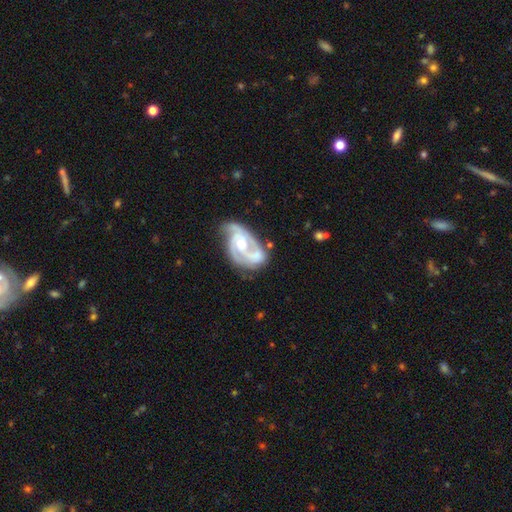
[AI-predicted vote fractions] smooth-or-featured: featured or disk: 87% | smooth: 8% | star or artifact: 4%
  disk-edge-on: no: 98% | yes: 2%
    bar: no: 54% | weak: 35% | strong: 10%
    has-spiral-arms: yes: 97% | no: 3%
      spiral-winding: medium: 48% | tight: 41% | loose: 11%
      spiral-arm-count: 3: 42% | 2: 38% | can't tell: 9% | 4: 4% | 1: 4% | more than 4: 3%
    bulge-size: moderate: 64% | small: 27% | large: 6% | none: 2% | dominant: 1%
  merging: none: 51% | minor disturbance: 27% | major disturbance: 16% | merger: 6%